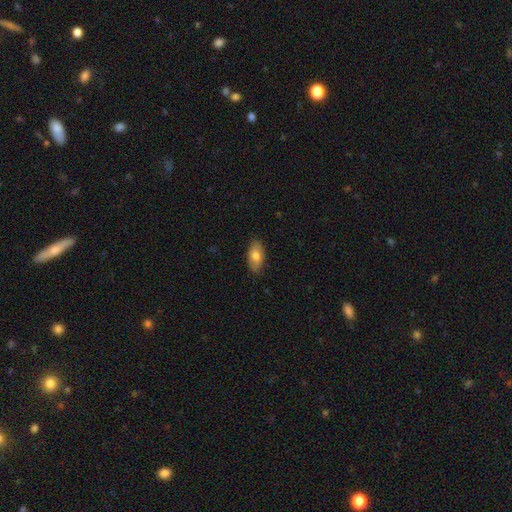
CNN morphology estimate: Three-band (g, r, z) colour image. It shows a smooth galaxy with no disk features (74%) that is in between round and cigar-shaped (92%). Merging: none (84%).